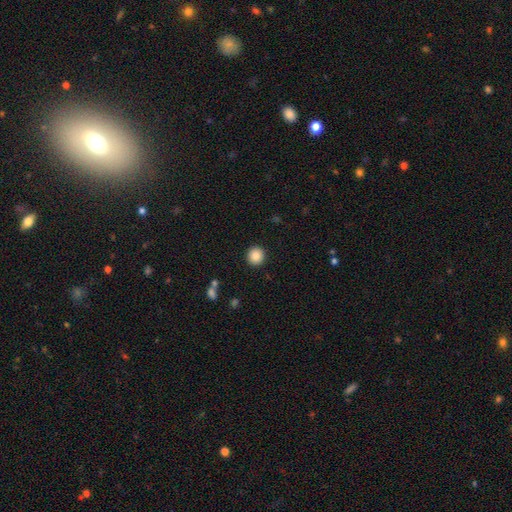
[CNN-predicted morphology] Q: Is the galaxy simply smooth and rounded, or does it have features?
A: smooth — 86%.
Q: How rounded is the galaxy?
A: round — 93%.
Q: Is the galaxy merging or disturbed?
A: none — 92%.